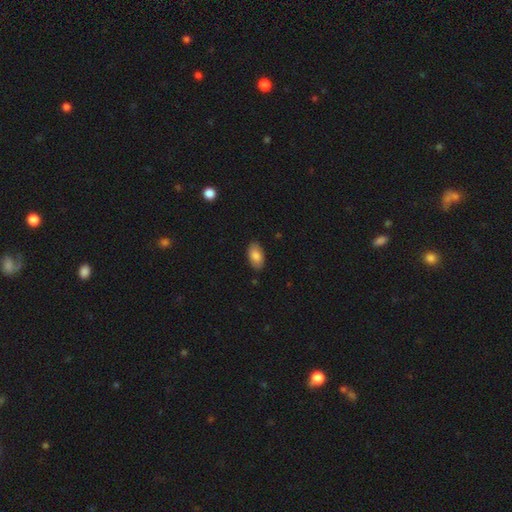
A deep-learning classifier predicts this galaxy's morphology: Smooth or featured?
  - smooth: 83% *
  - featured or disk: 10%
  - star or artifact: 7%
How rounded?
  - in between: 94% *
  - round: 4%
  - cigar-shaped: 2%
Merging?
  - none: 85% *
  - minor disturbance: 11%
  - major disturbance: 2%
  - merger: 1%